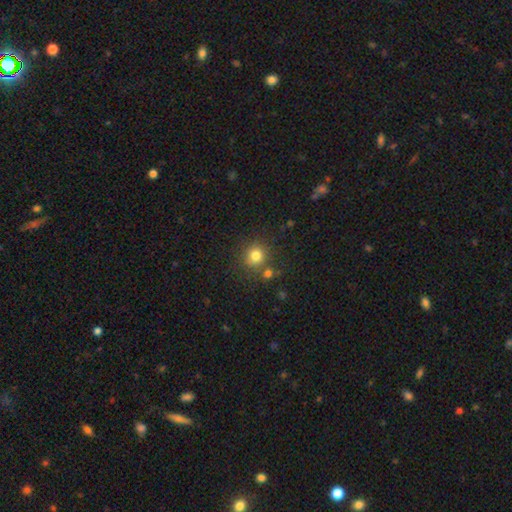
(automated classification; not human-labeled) Overall: smooth (79%). How rounded: round (89%). Merging: none (76%).